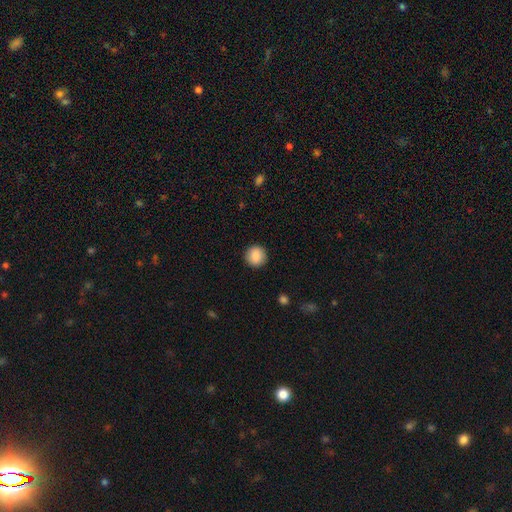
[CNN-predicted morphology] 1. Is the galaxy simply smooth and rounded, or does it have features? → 86% smooth, 8% star or artifact, 6% featured or disk.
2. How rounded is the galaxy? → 92% round, 7% in between, 1% cigar-shaped.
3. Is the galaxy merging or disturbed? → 91% none, 6% minor disturbance, 2% major disturbance, 1% merger.